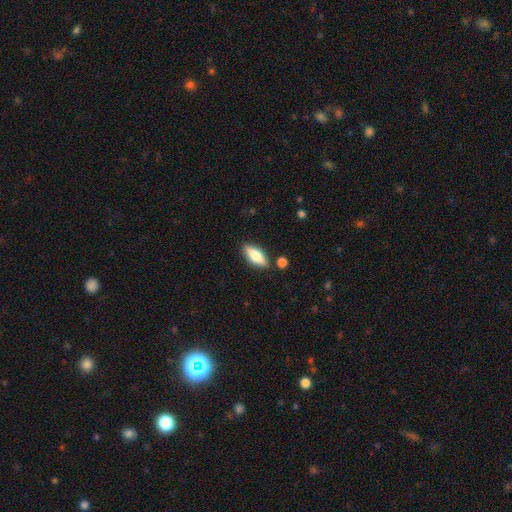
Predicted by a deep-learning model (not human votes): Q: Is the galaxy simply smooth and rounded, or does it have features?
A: smooth — 62%.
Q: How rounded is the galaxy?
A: in between — 66%.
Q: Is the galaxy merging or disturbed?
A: none — 84%.